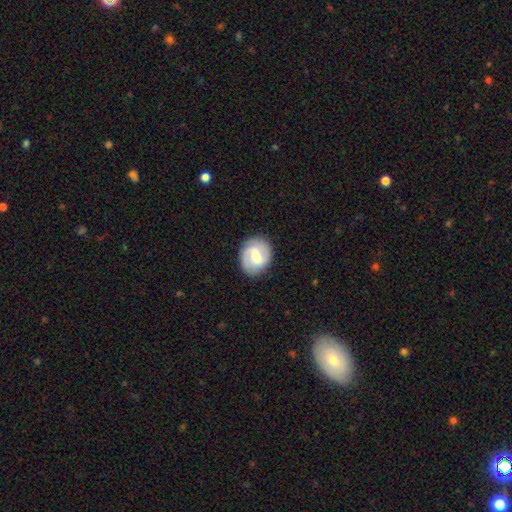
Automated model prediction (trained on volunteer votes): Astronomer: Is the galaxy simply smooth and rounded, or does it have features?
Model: featured or disk — 65%.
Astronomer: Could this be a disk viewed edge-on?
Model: no — 97%.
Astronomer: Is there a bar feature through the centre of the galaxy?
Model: weak — 53% (runner-up: strong, 34%).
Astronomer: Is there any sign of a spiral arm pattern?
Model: yes — 86%.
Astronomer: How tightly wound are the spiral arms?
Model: medium — 44% (runner-up: tight, 31%).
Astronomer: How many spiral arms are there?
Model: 2 — 84%.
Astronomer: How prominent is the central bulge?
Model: moderate — 48% (runner-up: small, 38%).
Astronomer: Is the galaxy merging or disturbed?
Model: none — 85%.